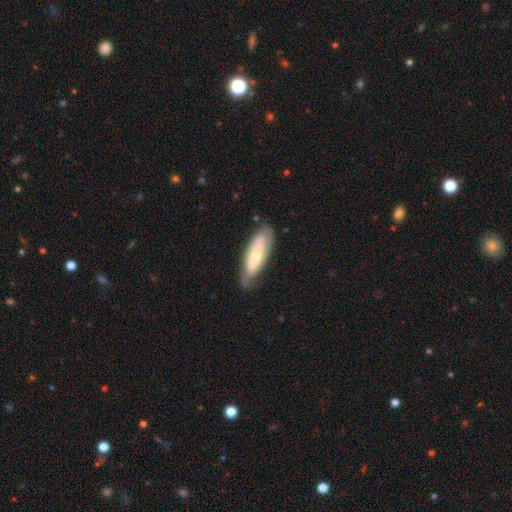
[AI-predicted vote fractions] A featured or disk galaxy (48%). Merging: none (70%).